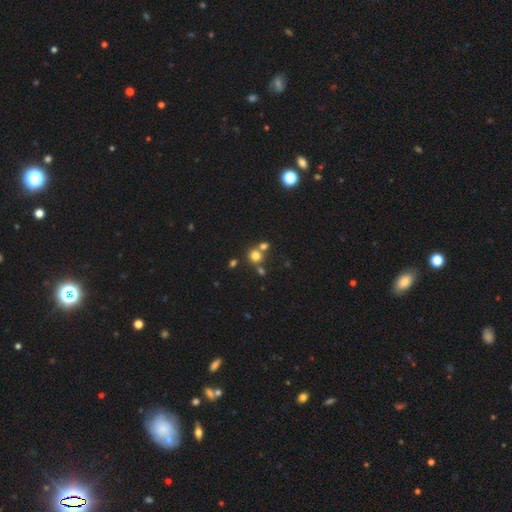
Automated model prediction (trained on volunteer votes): A smooth galaxy with no disk features (73%) that is round (86%).

Vote fractions:
- Smooth or featured? smooth: 73% / star or artifact: 17% / featured or disk: 10%
- How rounded? round: 86% / in between: 13% / cigar-shaped: 1%
- Merging? none: 56% / merger: 33% / minor disturbance: 8% / major disturbance: 4%